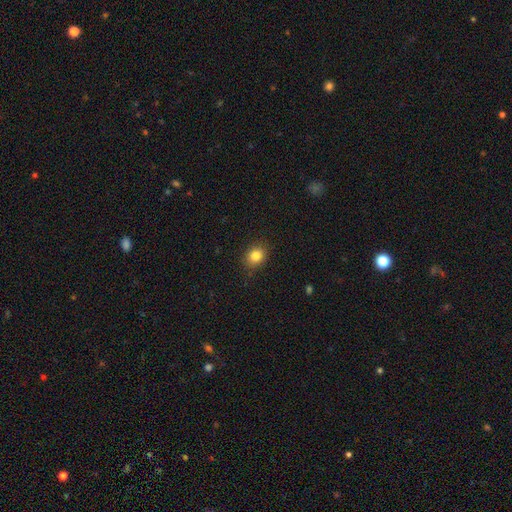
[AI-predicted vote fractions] This appears to be a smooth galaxy with no disk features (83%) that is round (63%). Merging: none (85%).